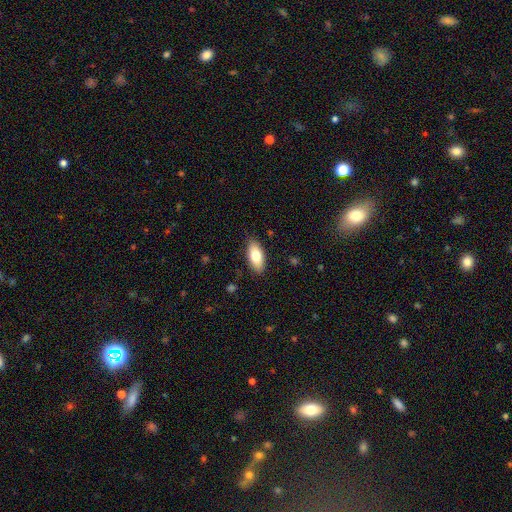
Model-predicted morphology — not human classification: Q: Smooth or featured?
A: smooth (78%); runner-up: featured or disk (16%)
Q: How rounded?
A: in between (87%); runner-up: cigar-shaped (11%)
Q: Merging?
A: none (86%); runner-up: minor disturbance (11%)